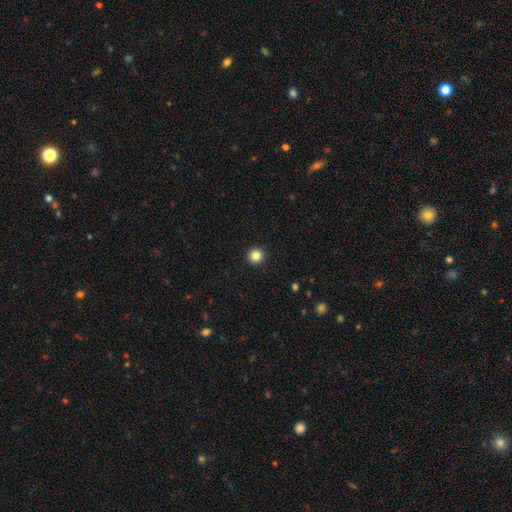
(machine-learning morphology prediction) Smooth or featured?
  - smooth: 84% *
  - star or artifact: 11%
  - featured or disk: 4%
How rounded?
  - round: 96% *
  - in between: 3%
  - cigar-shaped: 1%
Merging?
  - none: 94% *
  - minor disturbance: 4%
  - major disturbance: 1%
  - merger: 1%